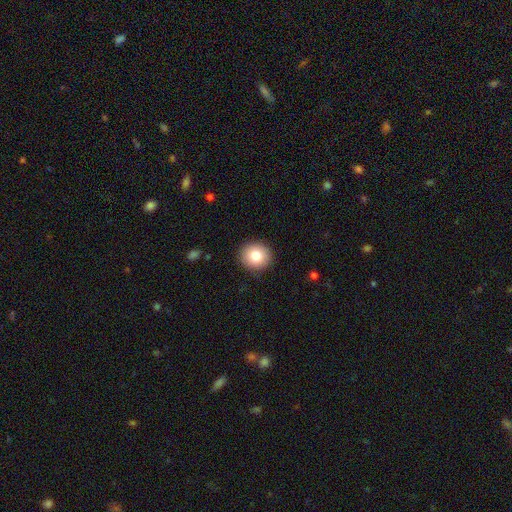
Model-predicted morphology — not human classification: This is clearly a smooth galaxy (81%). How rounded: clearly round (88%). Merging: clearly none (91%).